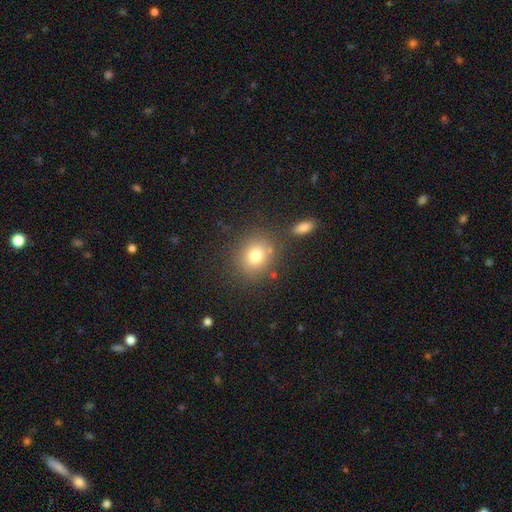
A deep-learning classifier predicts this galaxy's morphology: A smooth galaxy with no disk features (77%) that is round (65%). Merging: none (75%).